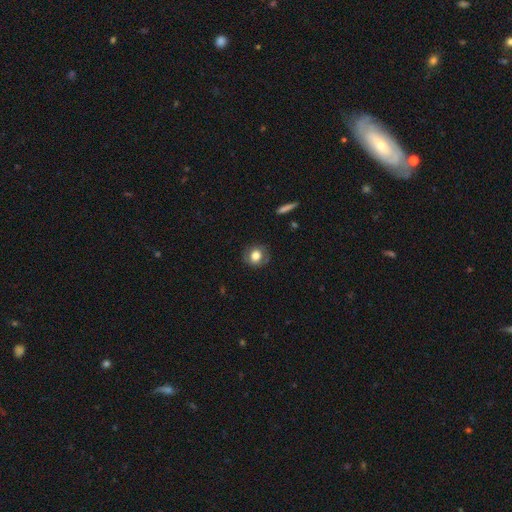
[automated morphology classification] smooth_or_featured: smooth (p=0.73) [alt: featured or disk p=0.18]
how_rounded: round (p=0.77) [alt: in between p=0.21]
merging: none (p=0.82) [alt: minor disturbance p=0.13]